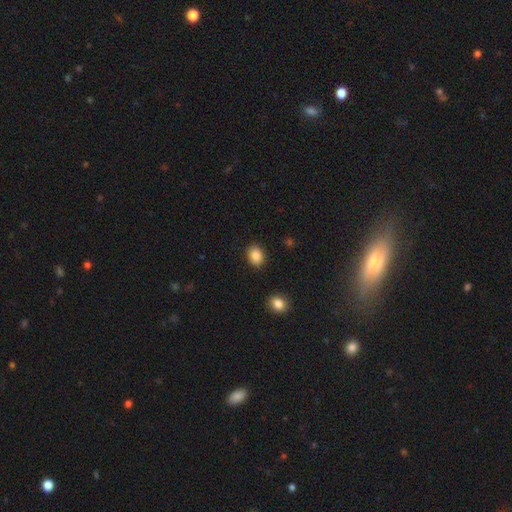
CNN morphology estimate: smooth 87%, star or artifact 9%, featured or disk 4%. Down the decision tree: how rounded — in between (57%); merging — none (88%).